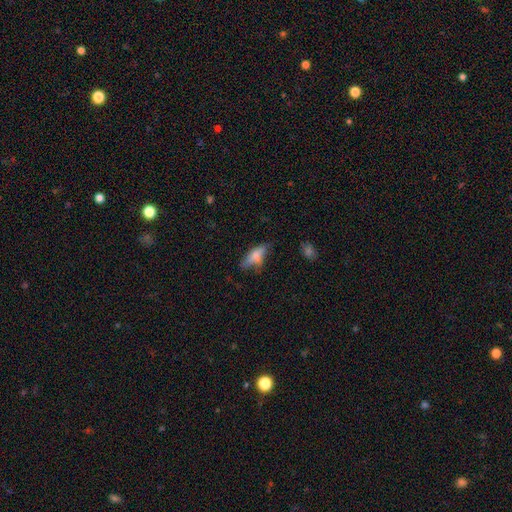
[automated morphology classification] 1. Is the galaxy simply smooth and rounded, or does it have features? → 65% smooth, 25% featured or disk, 9% star or artifact.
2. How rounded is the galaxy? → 66% in between, 31% cigar-shaped, 3% round.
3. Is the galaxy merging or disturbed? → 49% none, 29% minor disturbance, 16% major disturbance, 5% merger.